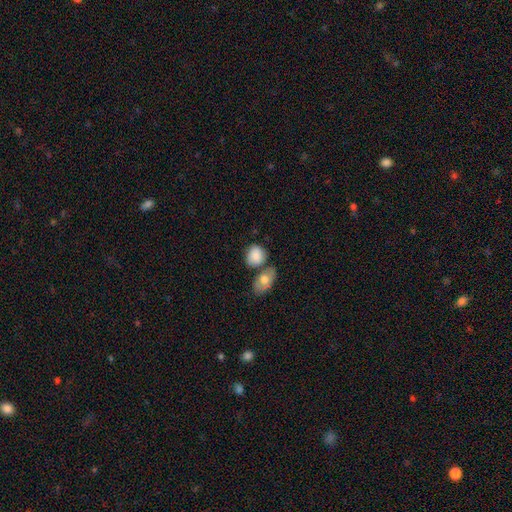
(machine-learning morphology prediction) This is clearly a smooth galaxy (83%). How rounded: possibly round (49%, tied with in between). Merging: possibly none (51%).